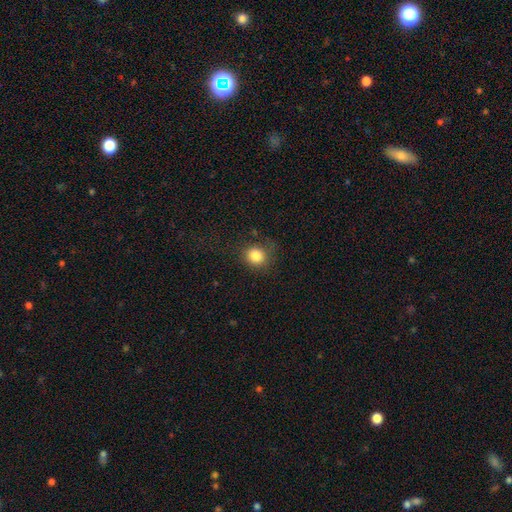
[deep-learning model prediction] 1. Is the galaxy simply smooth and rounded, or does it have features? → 84% smooth, 11% star or artifact, 6% featured or disk.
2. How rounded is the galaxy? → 80% round, 19% in between, 1% cigar-shaped.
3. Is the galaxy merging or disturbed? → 74% none, 17% minor disturbance, 8% major disturbance, 1% merger.